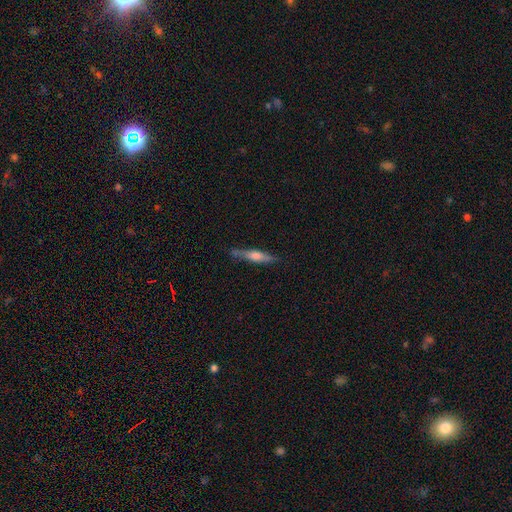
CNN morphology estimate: A featured or disk galaxy (56%) viewed edge-on (94%) with a rounded central bulge (73%). Merging: none (80%).